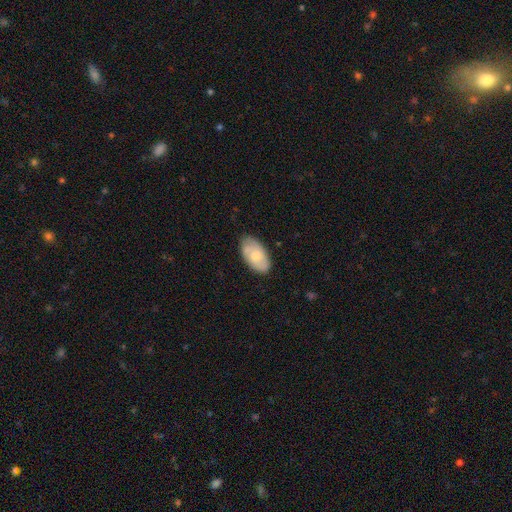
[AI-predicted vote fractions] This appears to be a smooth galaxy with no disk features (67%) that is in between round and cigar-shaped (94%). Merging: none (75%).